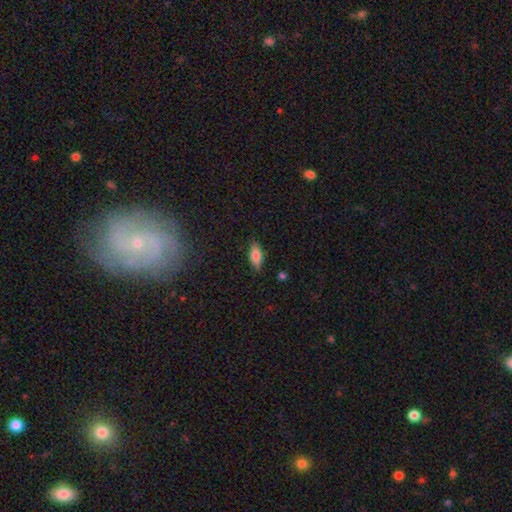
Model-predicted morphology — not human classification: A smooth galaxy with no disk features (67%) that is in between round and cigar-shaped (71%). Merging: none (85%).